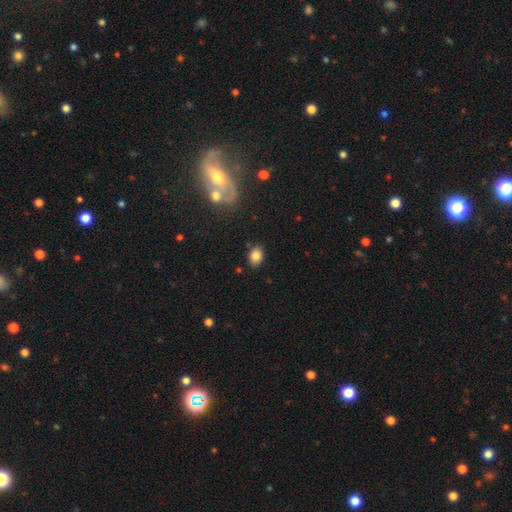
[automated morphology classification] This appears to be a smooth galaxy with no disk features (84%) that is in between round and cigar-shaped (64%). Merging: none (83%).